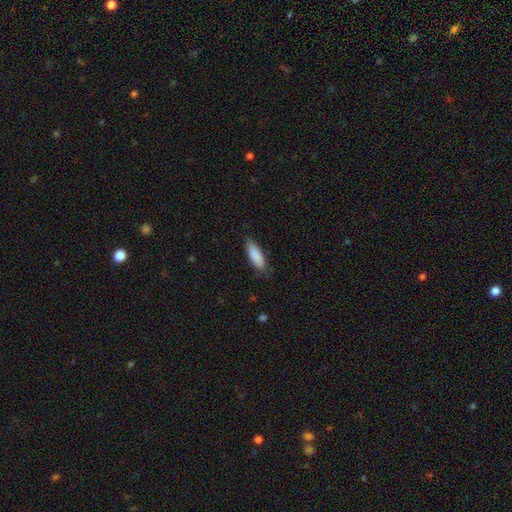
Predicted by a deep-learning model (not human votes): smooth 88%, star or artifact 6%, featured or disk 6%. Down the decision tree: how rounded — in between (57%); merging — none (82%).